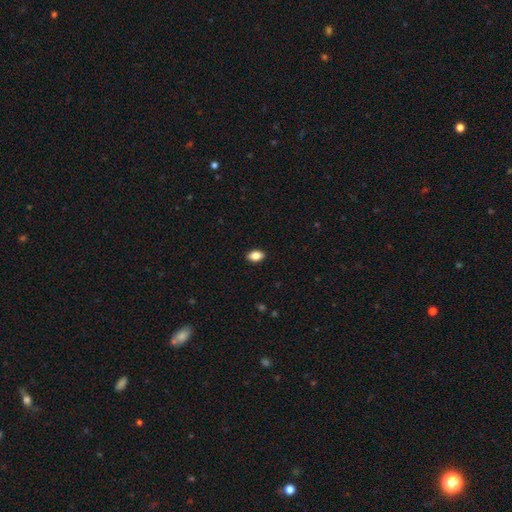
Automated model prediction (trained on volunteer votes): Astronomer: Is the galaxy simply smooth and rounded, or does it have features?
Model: smooth — 87%.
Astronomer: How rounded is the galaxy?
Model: in between — 87%.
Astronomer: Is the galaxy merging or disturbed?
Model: none — 90%.